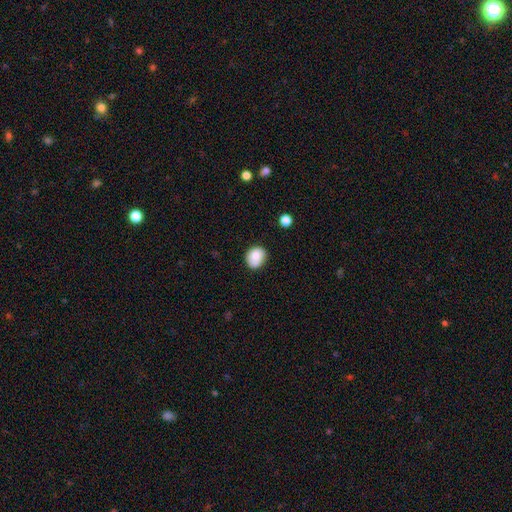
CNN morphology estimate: Overall: smooth (82%). How rounded: round (60%; in between 40%). Merging: none (74%).